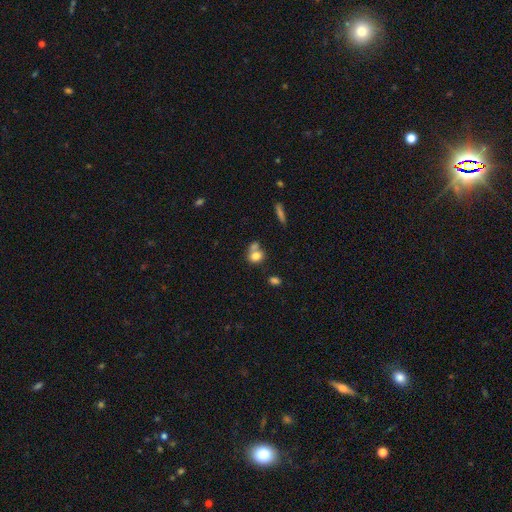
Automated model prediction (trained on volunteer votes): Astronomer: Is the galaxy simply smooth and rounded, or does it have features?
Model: smooth — 77%.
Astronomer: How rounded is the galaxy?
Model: round — 55% (runner-up: in between, 43%).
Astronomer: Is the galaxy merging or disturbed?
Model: merger — 45% (runner-up: none, 38%).